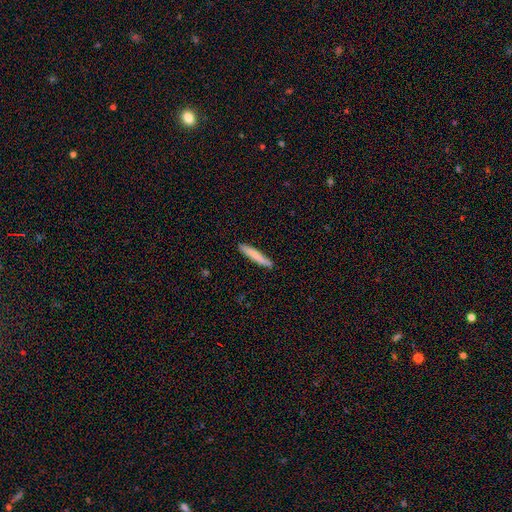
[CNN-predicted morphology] smooth-or-featured: smooth: 79% | featured or disk: 15% | star or artifact: 5%
  how-rounded: cigar-shaped: 94% | in between: 4% | round: 1%
  merging: none: 89% | minor disturbance: 8% | major disturbance: 1% | merger: 1%